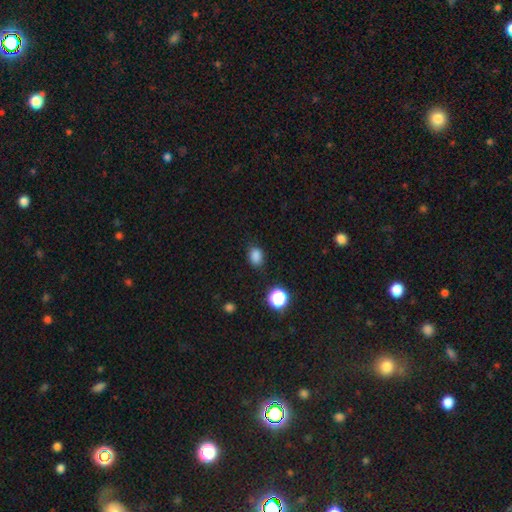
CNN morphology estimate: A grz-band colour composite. It shows a smooth galaxy with no disk features (83%) that is in between round and cigar-shaped (64%). Merging: none (81%).